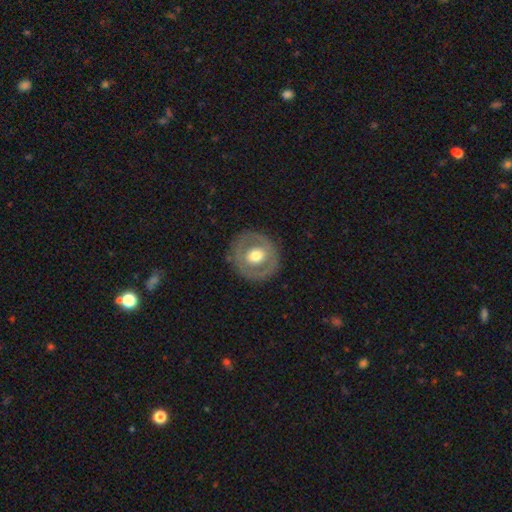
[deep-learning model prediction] smooth_or_featured: featured or disk (p=0.51) [alt: smooth p=0.43]
disk_edge_on: no (p=0.95) [alt: yes p=0.05]
merging: none (p=0.84) [alt: minor disturbance p=0.10]